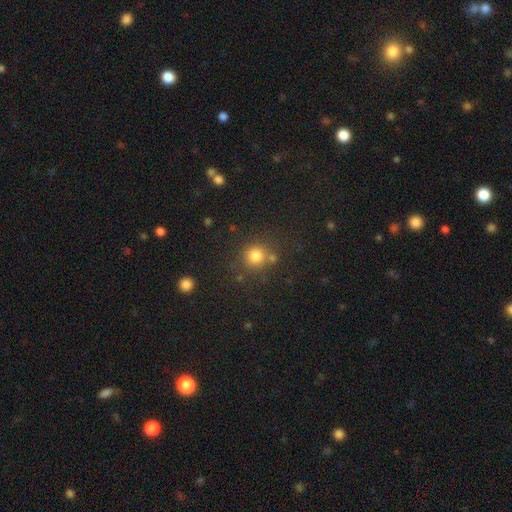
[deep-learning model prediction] smooth_or_featured: smooth (p=0.80) [alt: star or artifact p=0.14]
how_rounded: round (p=0.90) [alt: in between p=0.09]
merging: none (p=0.74) [alt: merger p=0.12]